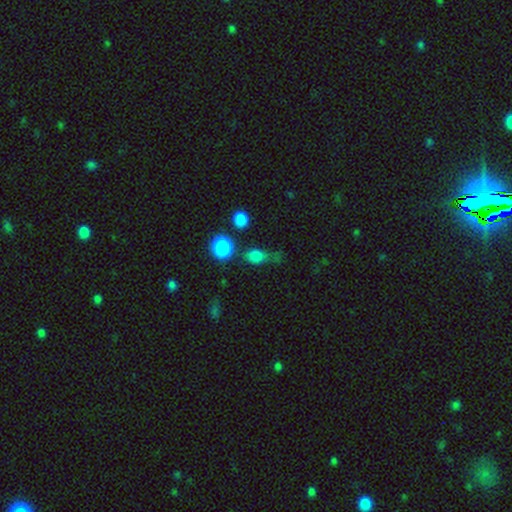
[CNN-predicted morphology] type=smooth (80%); roundness=round (52%); merging=none (48%).